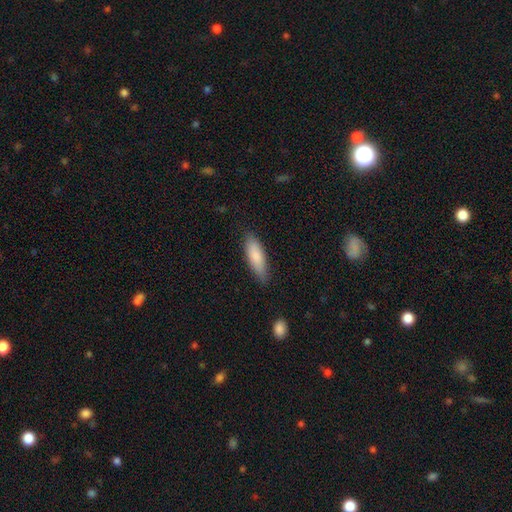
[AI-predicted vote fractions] A smooth galaxy with no disk features (83%) that is in between round and cigar-shaped (50%). Merging: none (82%).